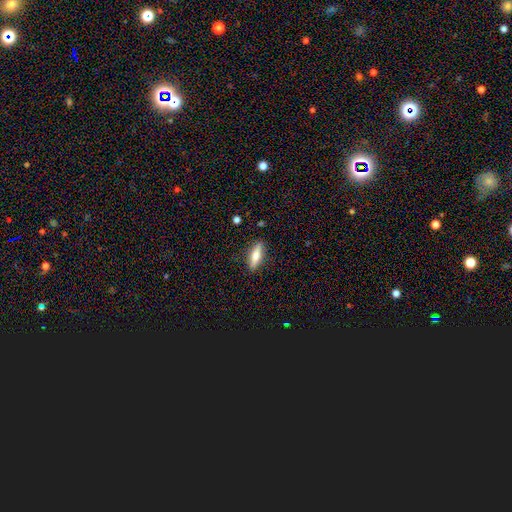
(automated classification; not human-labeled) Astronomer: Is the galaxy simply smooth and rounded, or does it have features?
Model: smooth — 63%.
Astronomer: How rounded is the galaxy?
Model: cigar-shaped — 55% (runner-up: in between, 42%).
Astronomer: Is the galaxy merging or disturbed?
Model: none — 86%.